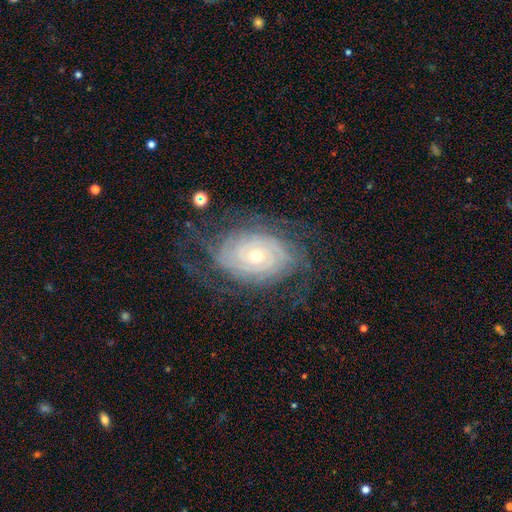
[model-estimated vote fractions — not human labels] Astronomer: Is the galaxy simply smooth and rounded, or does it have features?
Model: featured or disk — 87%.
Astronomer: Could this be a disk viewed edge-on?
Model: no — 96%.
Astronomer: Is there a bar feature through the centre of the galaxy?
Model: no — 78%.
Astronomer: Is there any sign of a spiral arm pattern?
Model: yes — 96%.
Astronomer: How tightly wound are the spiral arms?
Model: tight — 82%.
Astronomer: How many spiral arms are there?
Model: can't tell — 38% (runner-up: 2, 21%).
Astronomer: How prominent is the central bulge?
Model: small — 64%.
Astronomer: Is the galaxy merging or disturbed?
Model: none — 69%.